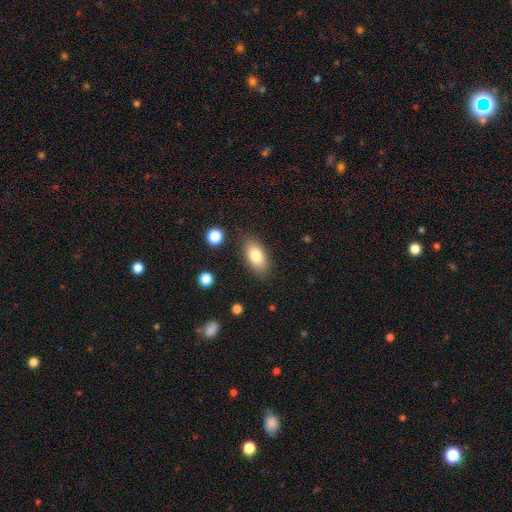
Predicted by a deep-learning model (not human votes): smooth-or-featured: smooth: 81% | featured or disk: 12% | star or artifact: 8%
  how-rounded: in between: 90% | cigar-shaped: 6% | round: 5%
  merging: none: 81% | minor disturbance: 13% | major disturbance: 3% | merger: 2%